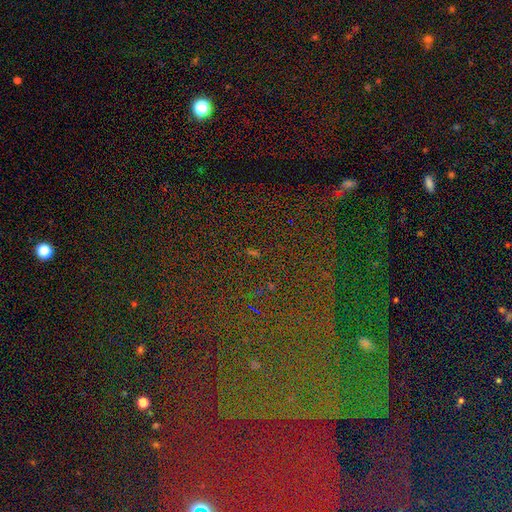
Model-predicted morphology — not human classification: Smooth or featured?
  - star or artifact: 76% *
  - featured or disk: 12%
  - smooth: 12%